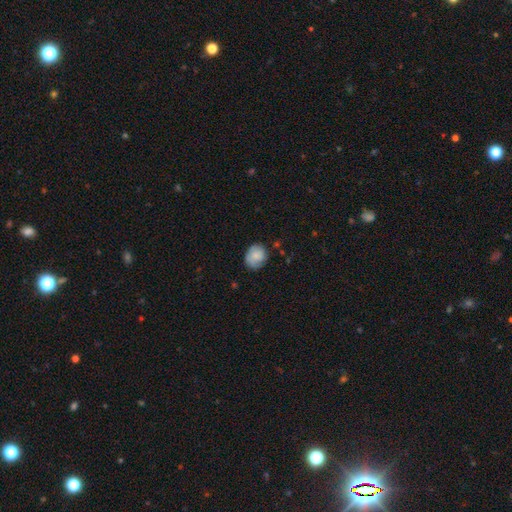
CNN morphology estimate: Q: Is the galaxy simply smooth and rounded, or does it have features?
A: smooth — 70%.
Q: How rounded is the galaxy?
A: round — 66%.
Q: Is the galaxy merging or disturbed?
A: none — 66%.